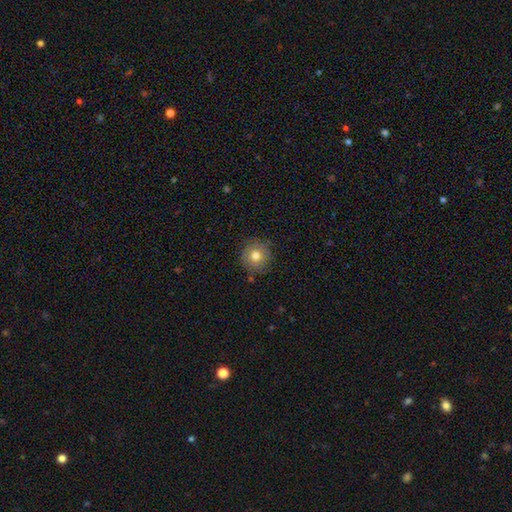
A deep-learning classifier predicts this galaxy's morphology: A smooth galaxy with no disk features (76%) that is round (94%).

Vote fractions:
- Smooth or featured? smooth: 76% / featured or disk: 13% / star or artifact: 11%
- How rounded? round: 94% / in between: 5% / cigar-shaped: 1%
- Merging? none: 85% / minor disturbance: 11% / major disturbance: 3% / merger: 2%